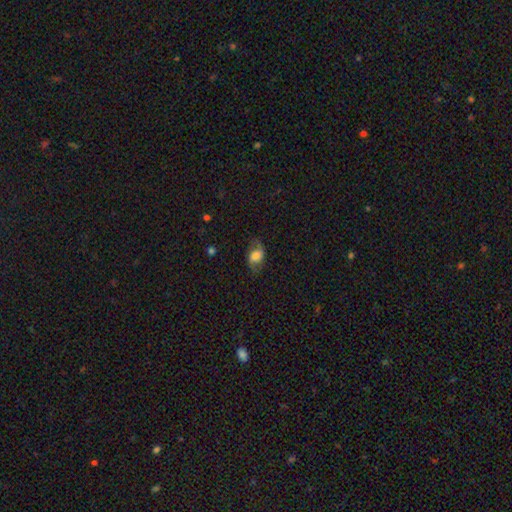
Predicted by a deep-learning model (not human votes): A smooth galaxy with no disk features (51%) that is in between round and cigar-shaped (78%). Merging: none (69%).